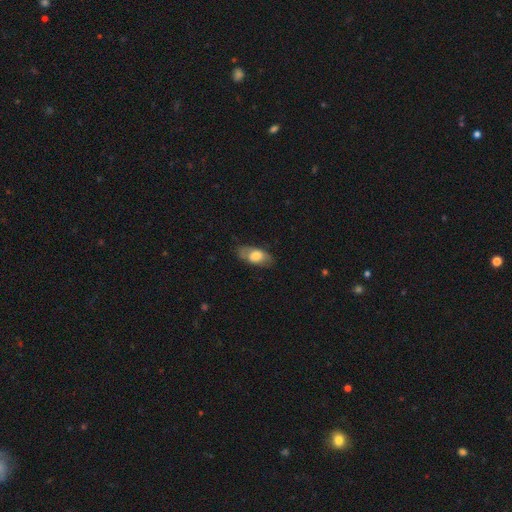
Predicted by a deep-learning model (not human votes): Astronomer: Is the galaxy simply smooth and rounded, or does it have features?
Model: smooth — 68%.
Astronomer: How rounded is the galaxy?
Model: in between — 88%.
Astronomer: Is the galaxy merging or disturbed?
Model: none — 69%.